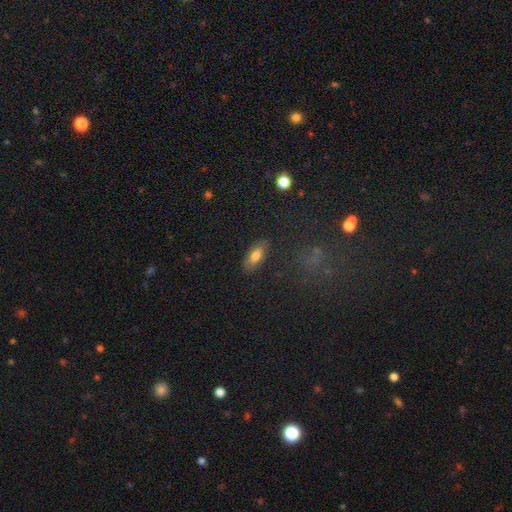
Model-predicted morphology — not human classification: Q: Smooth or featured?
A: smooth (74%); runner-up: featured or disk (18%)
Q: How rounded?
A: in between (85%); runner-up: cigar-shaped (12%)
Q: Merging?
A: none (85%); runner-up: minor disturbance (11%)